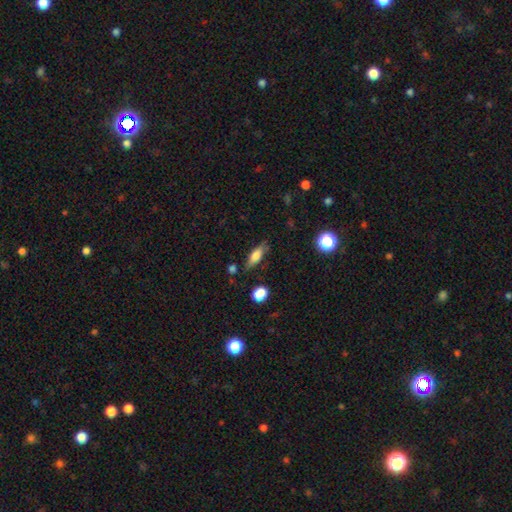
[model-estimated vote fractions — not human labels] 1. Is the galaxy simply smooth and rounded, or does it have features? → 68% smooth, 23% featured or disk, 9% star or artifact.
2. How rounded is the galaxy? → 59% in between, 37% cigar-shaped, 4% round.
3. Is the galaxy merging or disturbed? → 75% none, 17% minor disturbance, 4% major disturbance, 3% merger.